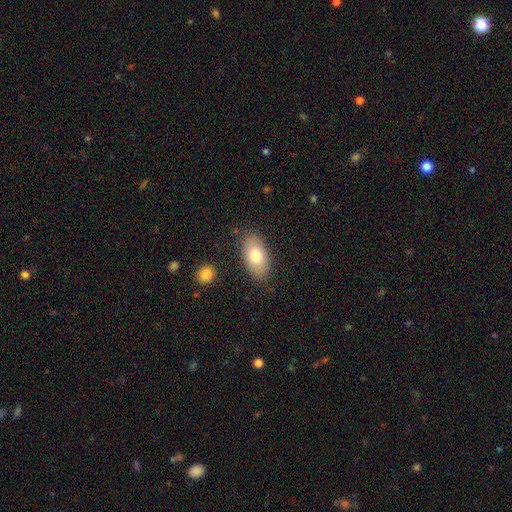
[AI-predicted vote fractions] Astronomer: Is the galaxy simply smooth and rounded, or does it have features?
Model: smooth — 75%.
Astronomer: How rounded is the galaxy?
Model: in between — 93%.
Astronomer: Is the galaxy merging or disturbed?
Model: none — 83%.